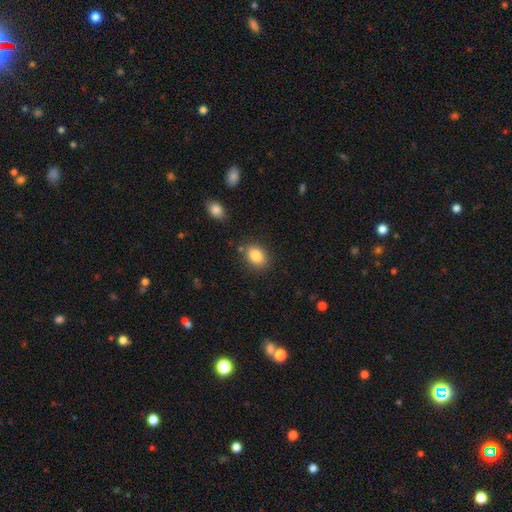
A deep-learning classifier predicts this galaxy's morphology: Smooth or featured? smooth (85%)
How rounded? in between (74%)
Merging? none (82%)